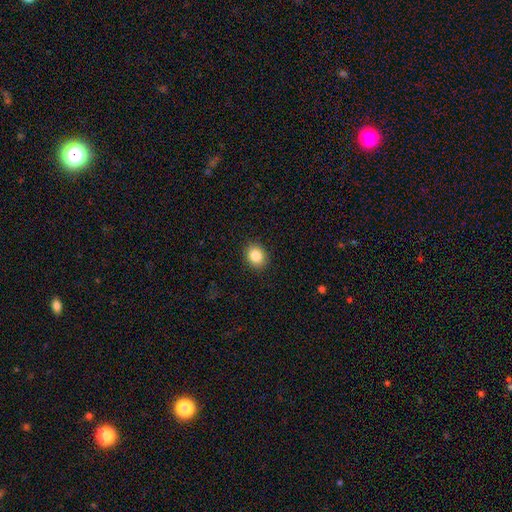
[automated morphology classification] Overall: smooth (85%). How rounded: round (59%; in between 40%). Merging: none (90%).